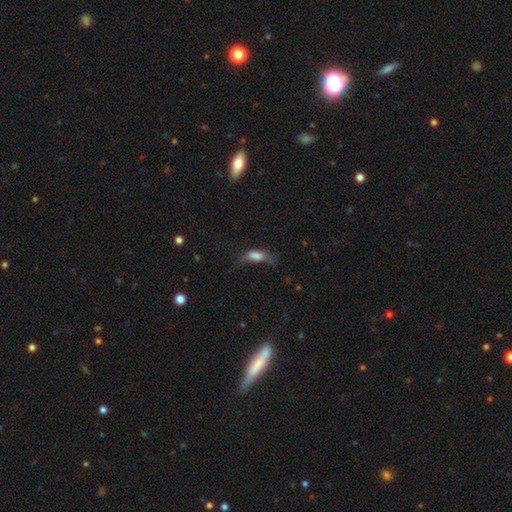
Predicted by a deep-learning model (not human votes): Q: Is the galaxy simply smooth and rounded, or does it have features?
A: smooth — 70%.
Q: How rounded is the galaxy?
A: in between — 75%.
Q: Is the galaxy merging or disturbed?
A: major disturbance — 44%.